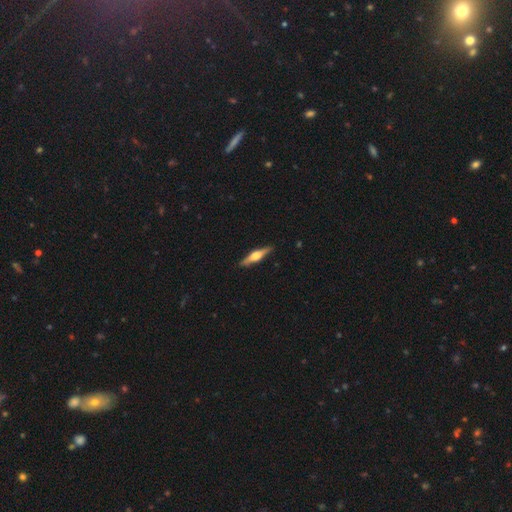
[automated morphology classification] Overall: featured or disk (71%). Edge-on disk: yes (97%). Edge-on bulge: rounded (91%). Merging: none (89%).